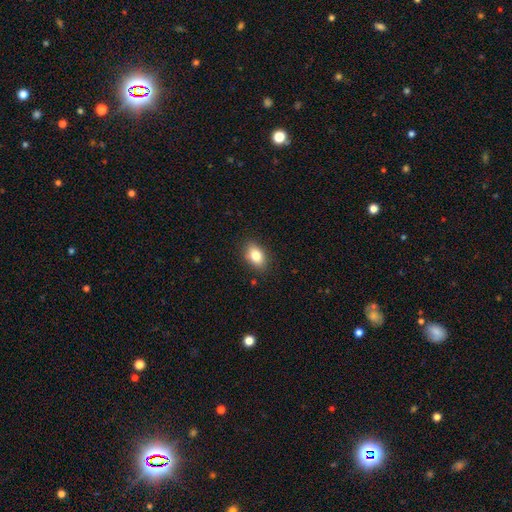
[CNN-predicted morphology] Smooth or featured? smooth (82%)
How rounded? in between (85%)
Merging? none (86%)